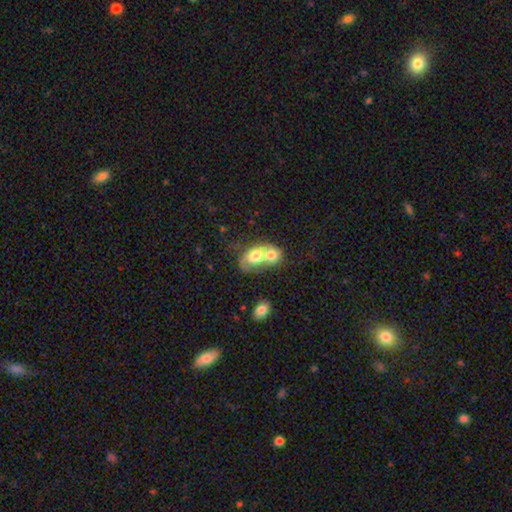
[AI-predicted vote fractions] smooth-or-featured: smooth: 68% | featured or disk: 25% | star or artifact: 7%
  how-rounded: in between: 63% | round: 36% | cigar-shaped: 2%
  merging: merger: 78% | none: 13% | minor disturbance: 5% | major disturbance: 4%